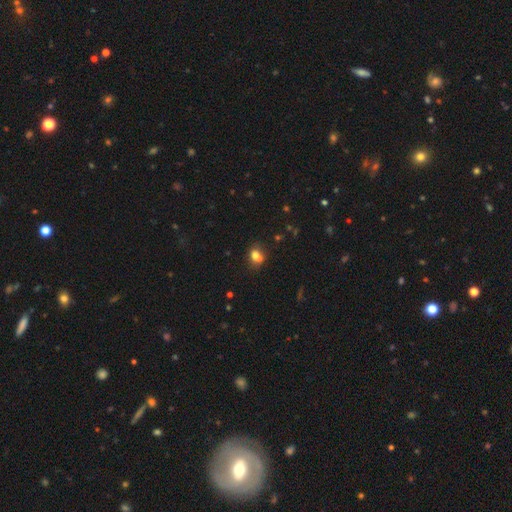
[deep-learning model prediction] A smooth galaxy with no disk features (75%) that is round (53%).

Vote fractions:
- Smooth or featured? smooth: 75% / star or artifact: 13% / featured or disk: 12%
- How rounded? round: 53% / in between: 46% / cigar-shaped: 1%
- Merging? none: 50% / merger: 24% / minor disturbance: 19% / major disturbance: 6%